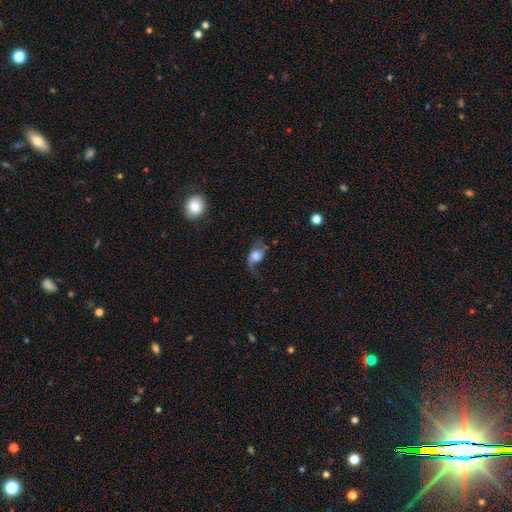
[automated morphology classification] Smooth or featured? Predicted: featured or disk (p=0.53). Edge-on disk? Predicted: no (p=0.91). Merging? Predicted: none (p=0.40).